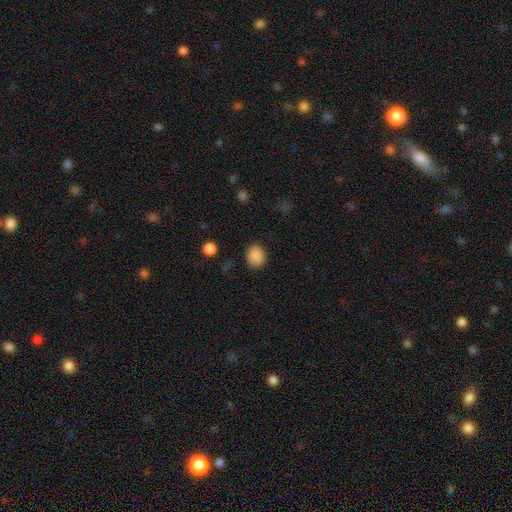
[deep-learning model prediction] This appears to be a smooth galaxy with no disk features (88%) that is round (64%). Merging: none (87%).